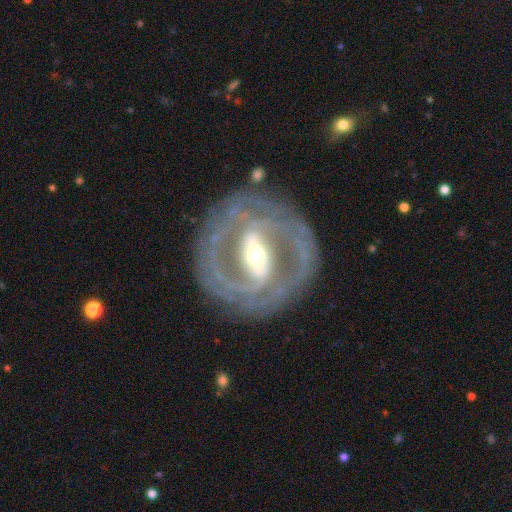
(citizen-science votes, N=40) Smooth or featured: featured or disk — 95% (smooth — 2%)
Edge-on disk: no — 97% (yes — 3%)
Bar: strong — 76% (weak — 22%)
Spiral arms: yes — 92% (no — 8%)
Spiral winding: tight — 59% (medium — 32%)
Spiral arm count: 2 — 74% (can't tell — 18%)
Bulge size: small — 51% (moderate — 41%)
Merging: none — 87% (minor disturbance — 10%)